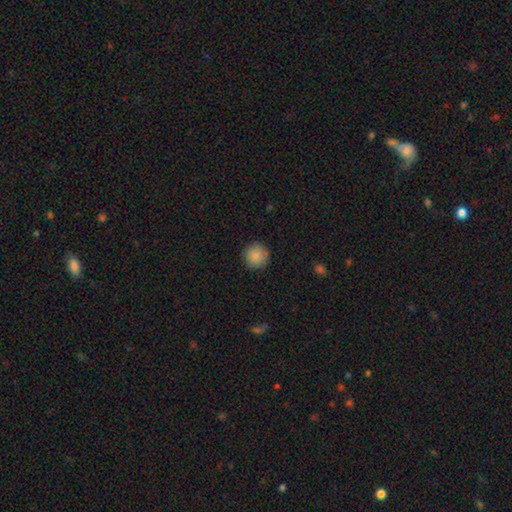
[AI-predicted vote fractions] This is clearly a smooth galaxy (87%). How rounded: clearly round (95%). Merging: clearly none (89%).